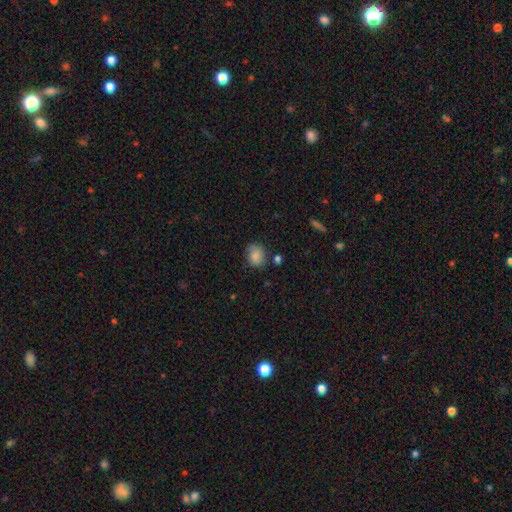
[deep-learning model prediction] The model was most divided on "how rounded": round: 59%, in between: 40%, cigar-shaped: 1%. More confident: smooth or featured — smooth (74%); merging — none (62%).